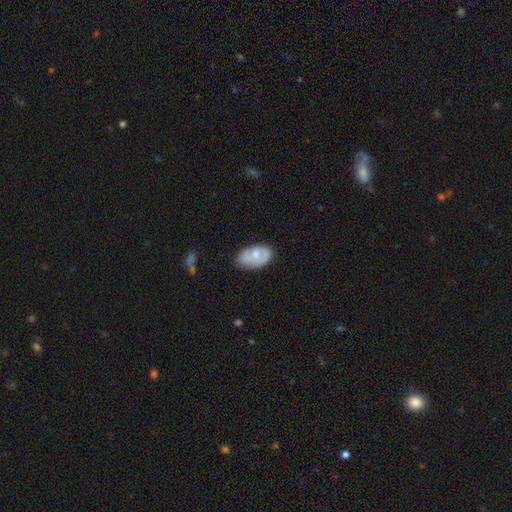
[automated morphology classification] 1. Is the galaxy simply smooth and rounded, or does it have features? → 65% smooth, 28% featured or disk, 7% star or artifact.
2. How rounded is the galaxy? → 92% in between, 7% round, 1% cigar-shaped.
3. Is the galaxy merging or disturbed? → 60% none, 30% minor disturbance, 8% major disturbance, 3% merger.